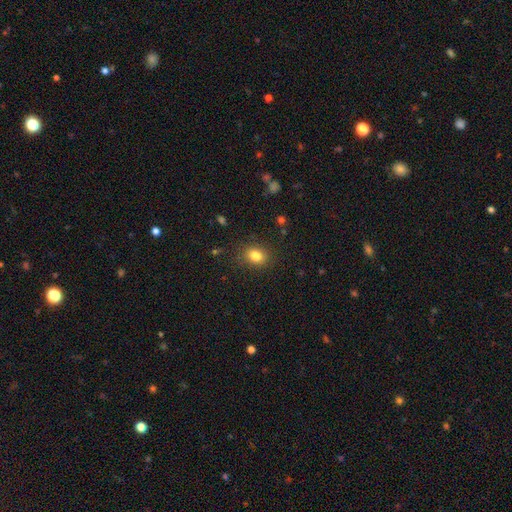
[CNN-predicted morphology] Q: Smooth or featured?
A: smooth (82%); runner-up: star or artifact (11%)
Q: How rounded?
A: in between (51%); runner-up: round (48%)
Q: Merging?
A: none (86%); runner-up: minor disturbance (10%)